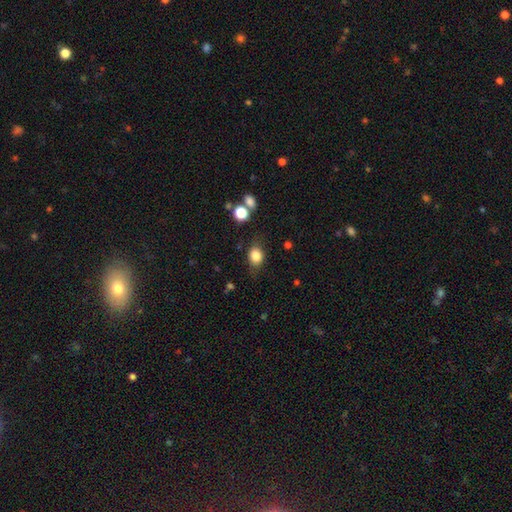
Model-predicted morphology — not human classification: type=smooth (82%); roundness=in between (55%); merging=none (72%).